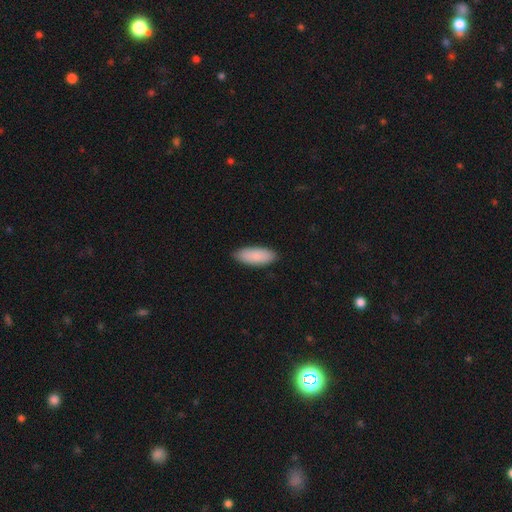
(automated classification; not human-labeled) Smooth or featured: smooth — 89% (featured or disk — 6%)
How rounded: in between — 80% (cigar-shaped — 19%)
Merging: none — 88% (minor disturbance — 10%)